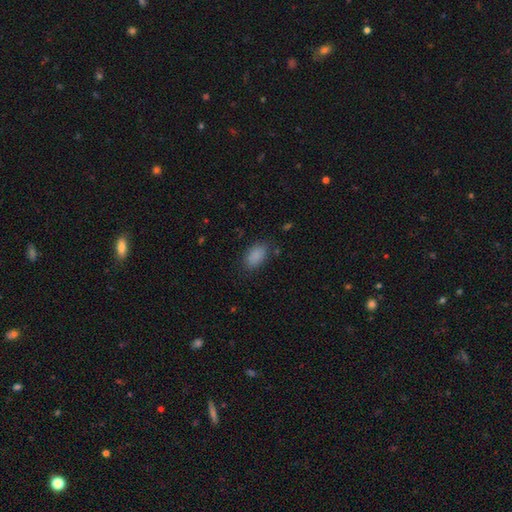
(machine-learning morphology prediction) This appears to be a smooth galaxy with no disk features (88%) that is in between round and cigar-shaped (92%). Merging: none (82%).